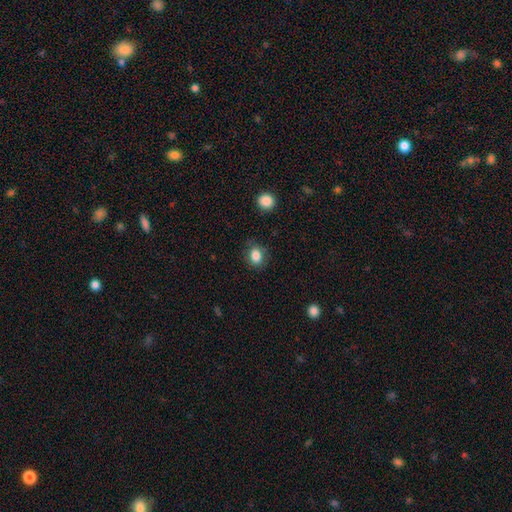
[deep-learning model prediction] smooth-or-featured: smooth: 84% | star or artifact: 10% | featured or disk: 6%
  how-rounded: in between: 51% | round: 48% | cigar-shaped: 1%
  merging: none: 79% | minor disturbance: 15% | major disturbance: 4% | merger: 1%